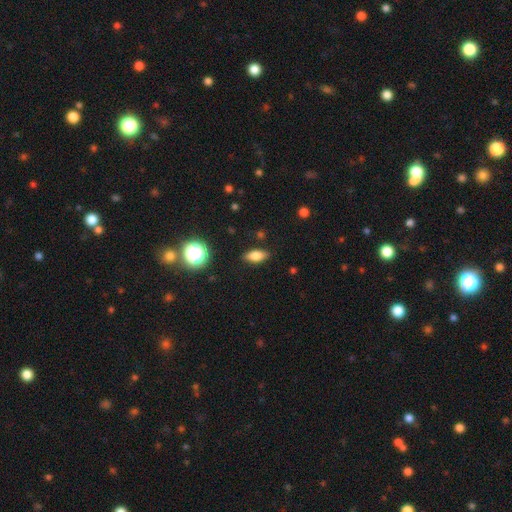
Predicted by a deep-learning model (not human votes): Smooth or featured? Predicted: smooth (p=0.73). How rounded? Predicted: in between (p=0.76). Merging? Predicted: none (p=0.87).